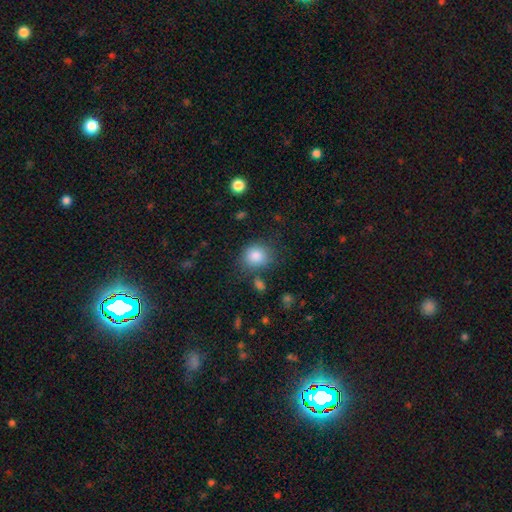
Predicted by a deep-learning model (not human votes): A smooth galaxy with no disk features (85%) that is round (74%).

Vote fractions:
- Smooth or featured? smooth: 85% / star or artifact: 10% / featured or disk: 6%
- How rounded? round: 74% / in between: 25% / cigar-shaped: 1%
- Merging? none: 72% / minor disturbance: 16% / major disturbance: 6% / merger: 6%